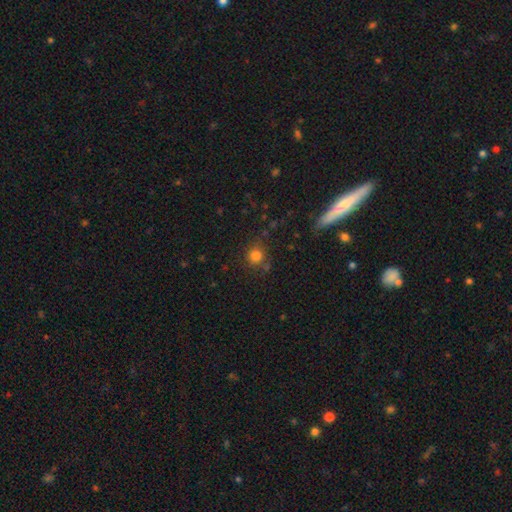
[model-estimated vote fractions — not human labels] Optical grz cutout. It shows a smooth galaxy with no disk features (80%) that is round (88%). Merging: none (75%).